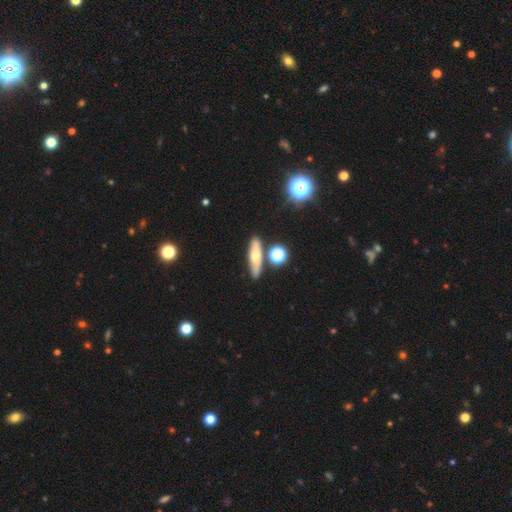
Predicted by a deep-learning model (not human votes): This is possibly a smooth galaxy (53%). How rounded: possibly cigar-shaped (55%). Merging: likely none (78%).